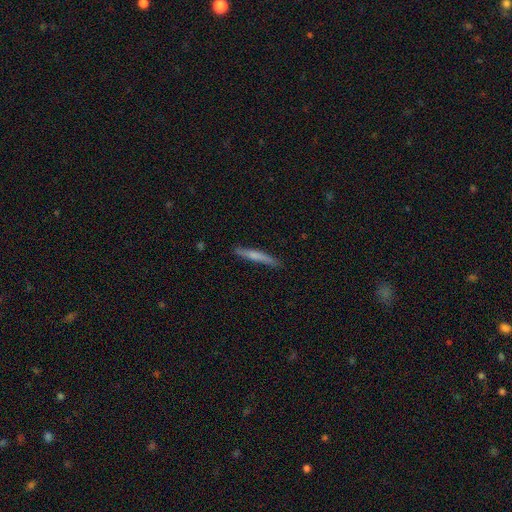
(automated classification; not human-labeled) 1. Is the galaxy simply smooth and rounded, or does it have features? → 61% smooth, 33% featured or disk, 6% star or artifact.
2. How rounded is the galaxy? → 95% cigar-shaped, 3% in between, 1% round.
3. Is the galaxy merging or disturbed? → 85% none, 11% minor disturbance, 2% major disturbance, 1% merger.